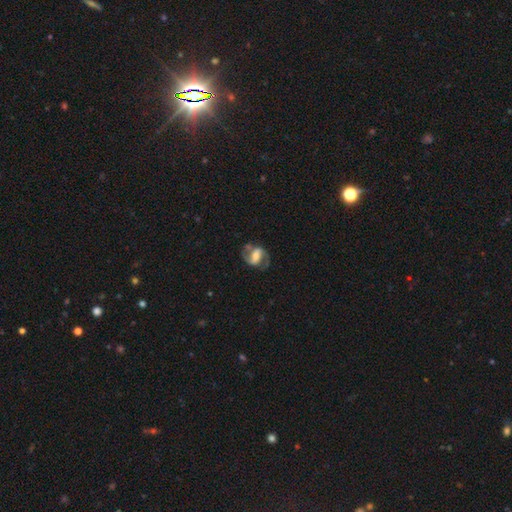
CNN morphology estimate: smooth_or_featured: featured or disk (p=0.79) [alt: smooth p=0.15]
disk_edge_on: no (p=0.97) [alt: yes p=0.03]
bar: strong (p=0.44) [alt: weak p=0.37]
has_spiral_arms: yes (p=0.92) [alt: no p=0.08]
spiral_winding: medium (p=0.54) [alt: loose p=0.28]
spiral_arm_count: 2 (p=0.90) [alt: can't tell p=0.04]
bulge_size: moderate (p=0.39) [alt: small p=0.29]
merging: none (p=0.69) [alt: minor disturbance p=0.17]